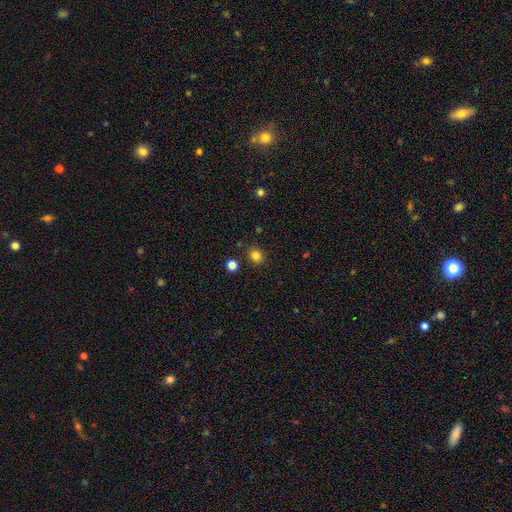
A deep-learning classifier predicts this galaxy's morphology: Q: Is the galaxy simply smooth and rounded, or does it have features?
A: smooth — 82%.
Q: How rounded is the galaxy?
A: round — 71%.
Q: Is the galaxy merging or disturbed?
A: none — 87%.